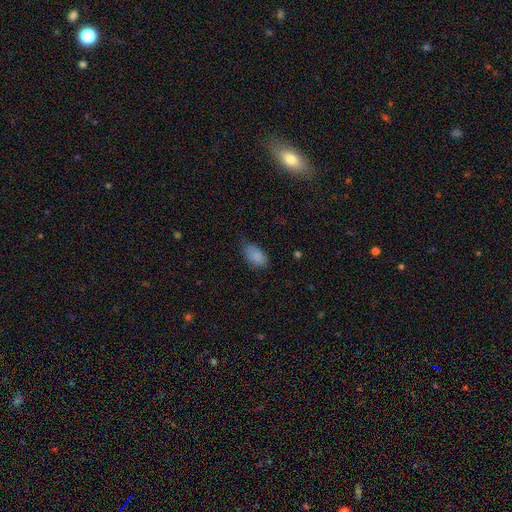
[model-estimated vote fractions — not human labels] smooth_or_featured: smooth (p=0.86) [alt: star or artifact p=0.08]
how_rounded: in between (p=0.93) [alt: round p=0.05]
merging: none (p=0.61) [alt: minor disturbance p=0.31]